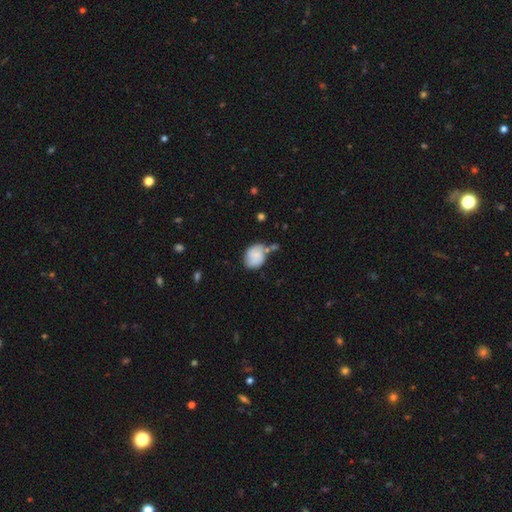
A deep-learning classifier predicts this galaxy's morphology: smooth-or-featured: smooth: 67% | featured or disk: 25% | star or artifact: 8%
  how-rounded: in between: 55% | round: 44% | cigar-shaped: 1%
  merging: none: 42% | minor disturbance: 28% | merger: 21% | major disturbance: 9%